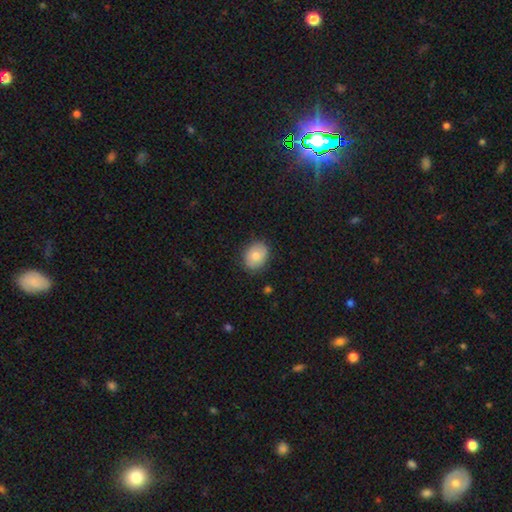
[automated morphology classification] The model was most divided on "how rounded": in between: 57%, round: 43%, cigar-shaped: 1%. More confident: merging — none (84%); smooth or featured — smooth (79%).